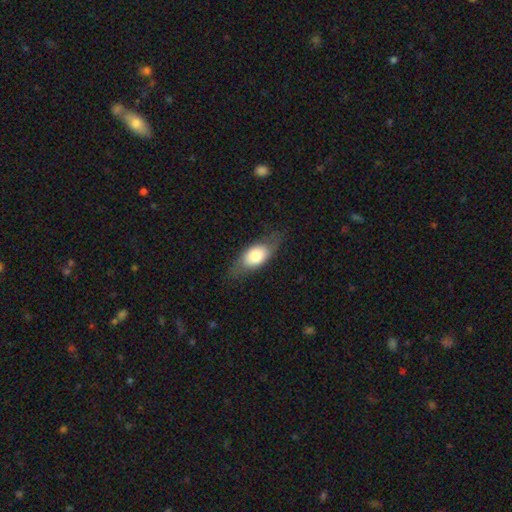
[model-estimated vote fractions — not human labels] Smooth or featured? smooth (65%)
How rounded? in between (80%)
Merging? none (70%)